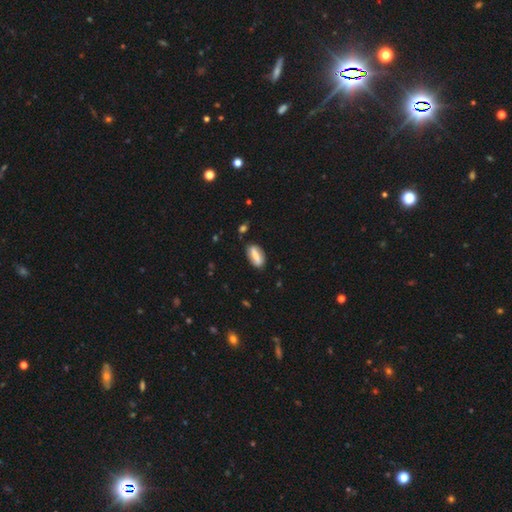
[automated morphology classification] Smooth or featured? smooth (58%)
How rounded? in between (80%)
Merging? none (82%)